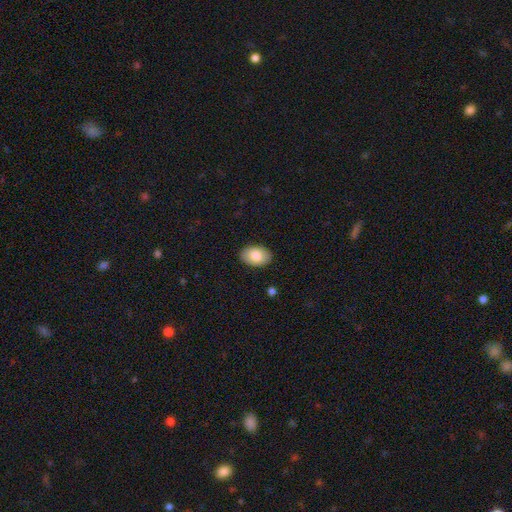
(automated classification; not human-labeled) The model was most divided on "smooth or featured": smooth: 82%, featured or disk: 11%, star or artifact: 6%. More confident: merging — none (89%); how rounded — in between (89%).